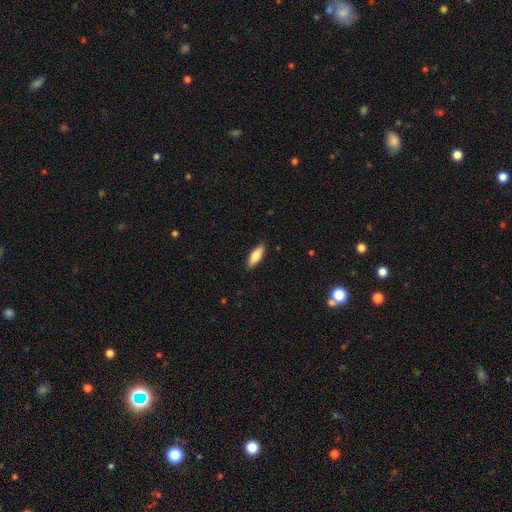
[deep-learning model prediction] smooth_or_featured: smooth (p=0.75) [alt: featured or disk p=0.19]
how_rounded: in between (p=0.64) [alt: cigar-shaped p=0.34]
merging: none (p=0.88) [alt: minor disturbance p=0.09]